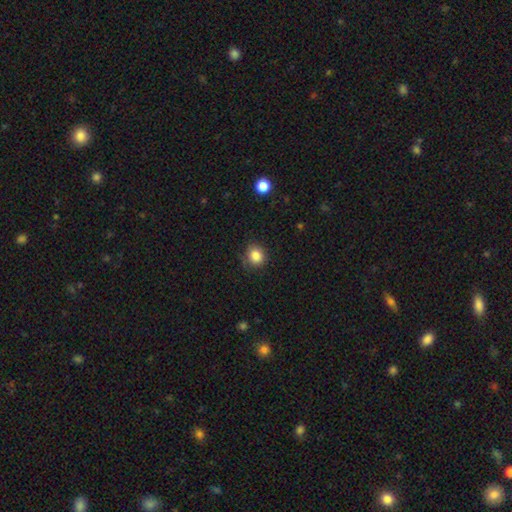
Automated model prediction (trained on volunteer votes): Smooth or featured? smooth (85%)
How rounded? round (76%)
Merging? none (79%)